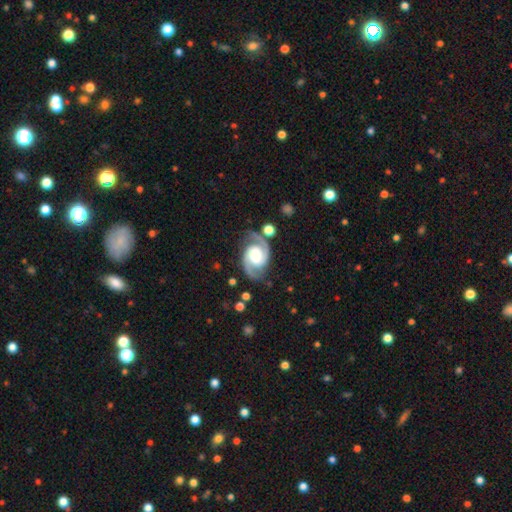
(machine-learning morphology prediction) Smooth or featured?
  - featured or disk: 91% *
  - smooth: 5%
  - star or artifact: 4%
Edge-on disk?
  - no: 98% *
  - yes: 2%
Bar?
  - no: 46% *
  - weak: 37%
  - strong: 17%
Spiral arms?
  - yes: 98% *
  - no: 2%
Spiral winding?
  - medium: 55% *
  - tight: 31%
  - loose: 13%
Spiral arm count?
  - 2: 94% *
  - can't tell: 2%
  - 3: 1%
  - 1: 1%
  - 4: 1%
  - more than 4: 1%
Bulge size?
  - large: 37% *
  - moderate: 35%
  - small: 14%
  - none: 8%
  - dominant: 5%
Merging?
  - none: 78% *
  - minor disturbance: 14%
  - major disturbance: 5%
  - merger: 3%